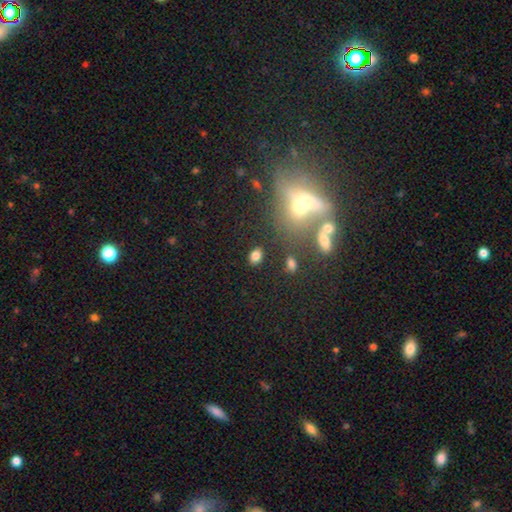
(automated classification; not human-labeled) This is clearly a smooth galaxy (80%). How rounded: likely in between (71%). Merging: clearly none (83%).